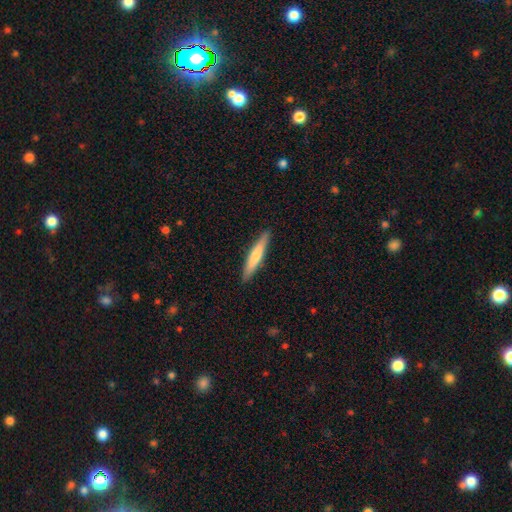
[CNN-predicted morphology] This is likely a smooth galaxy (62%). How rounded: clearly cigar-shaped (91%). Merging: clearly none (91%).